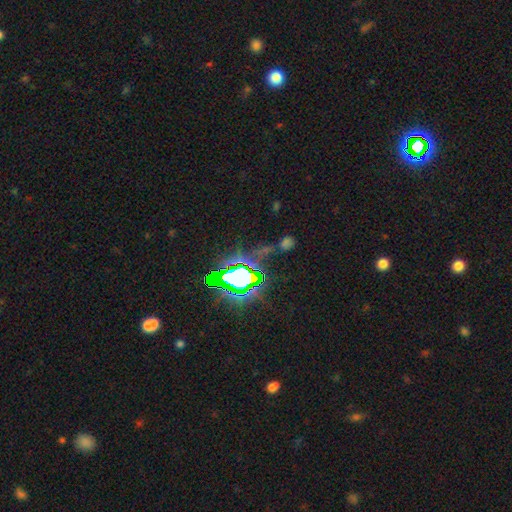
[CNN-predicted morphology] The model was most divided on "smooth or featured": star or artifact: 82%, smooth: 11%, featured or disk: 8%.